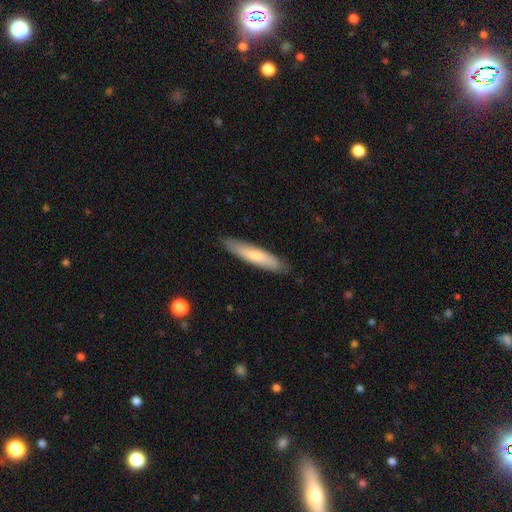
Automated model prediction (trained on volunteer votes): Smooth or featured? smooth (72%)
How rounded? cigar-shaped (84%)
Merging? none (87%)